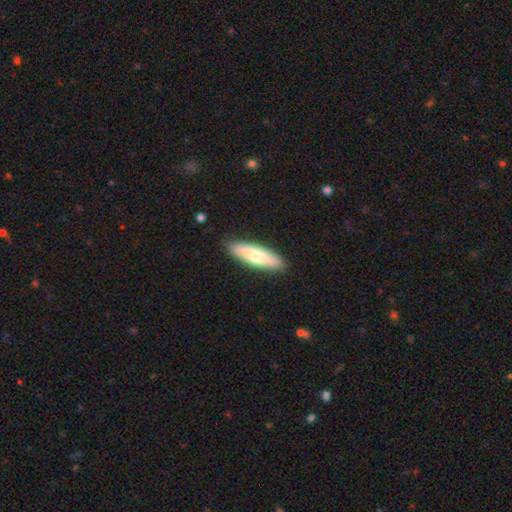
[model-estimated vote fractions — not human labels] A smooth galaxy with no disk features (70%) that is cigar-shaped (56%).

Vote fractions:
- Smooth or featured? smooth: 70% / featured or disk: 25% / star or artifact: 5%
- How rounded? cigar-shaped: 56% / in between: 42% / round: 2%
- Merging? none: 89% / minor disturbance: 9% / major disturbance: 2% / merger: 1%